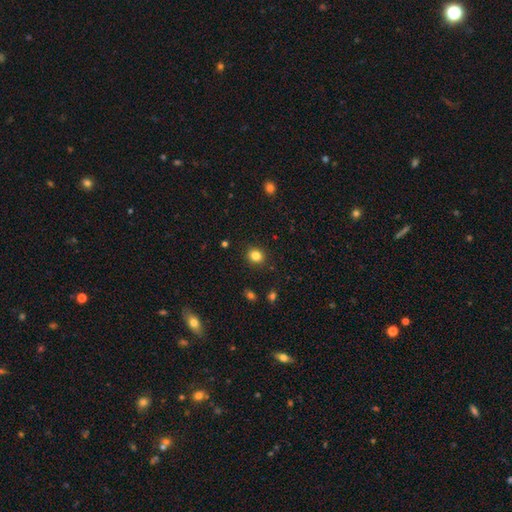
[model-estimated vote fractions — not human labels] smooth_or_featured: smooth (p=0.83) [alt: star or artifact p=0.12]
how_rounded: round (p=0.81) [alt: in between p=0.18]
merging: none (p=0.90) [alt: minor disturbance p=0.07]